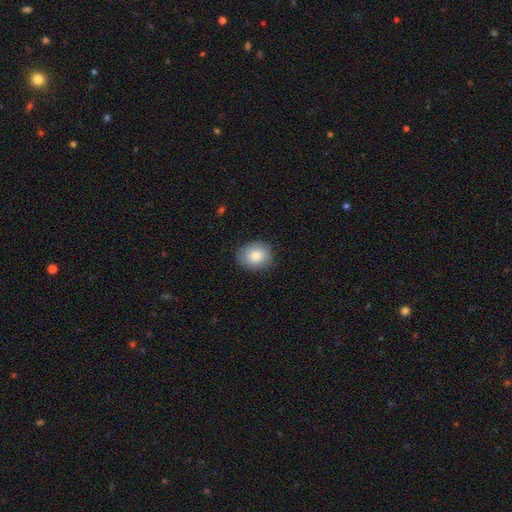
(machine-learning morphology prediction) type=smooth (83%); roundness=round (57%); merging=none (85%).